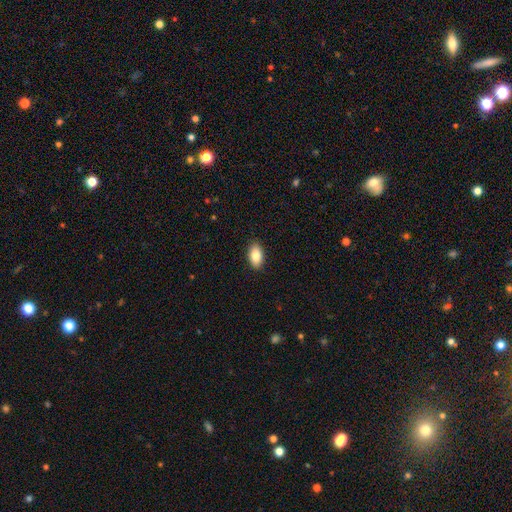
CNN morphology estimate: Smooth or featured? smooth (85%)
How rounded? in between (93%)
Merging? none (90%)